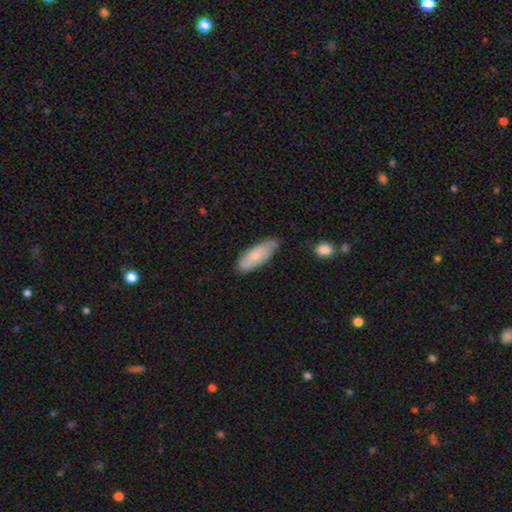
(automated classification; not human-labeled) Smooth or featured?
  - smooth: 73% *
  - featured or disk: 22%
  - star or artifact: 6%
How rounded?
  - in between: 63% *
  - cigar-shaped: 36%
  - round: 2%
Merging?
  - none: 70% *
  - minor disturbance: 24%
  - major disturbance: 4%
  - merger: 2%